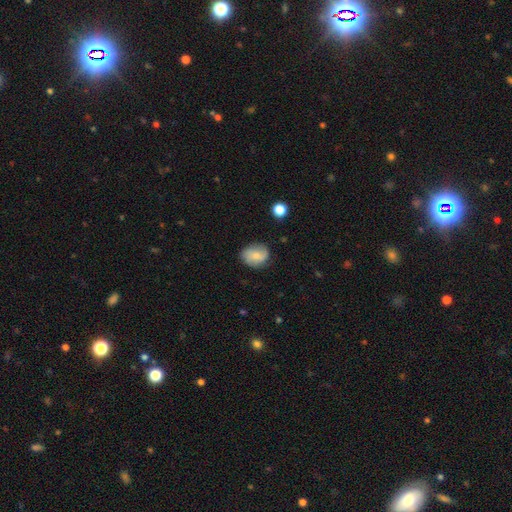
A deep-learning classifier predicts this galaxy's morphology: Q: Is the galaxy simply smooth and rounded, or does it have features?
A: smooth — 60%.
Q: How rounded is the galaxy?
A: round — 53%.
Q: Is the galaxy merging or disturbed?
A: none — 74%.